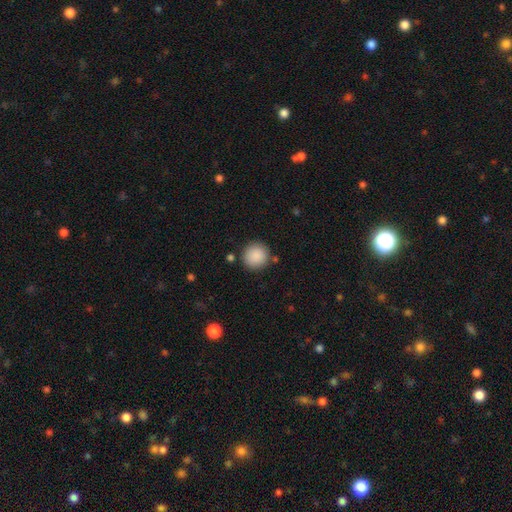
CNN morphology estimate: Q: Smooth or featured?
A: smooth (89%); runner-up: star or artifact (7%)
Q: How rounded?
A: round (93%); runner-up: in between (6%)
Q: Merging?
A: none (86%); runner-up: minor disturbance (8%)